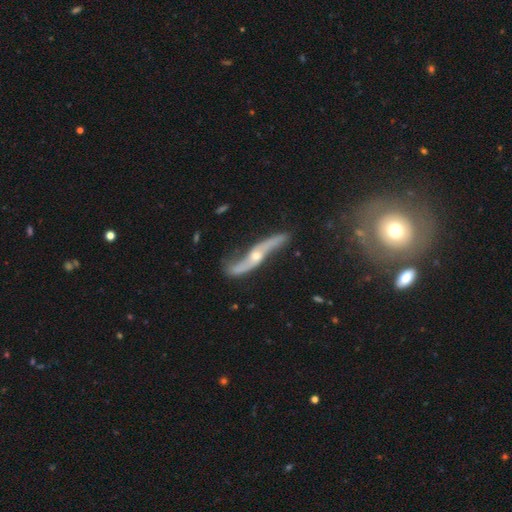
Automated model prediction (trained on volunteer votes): Overall: featured or disk (86%). Edge-on disk: no (62%; yes 38%). Bar: no (56%; weak 25%). Spiral arms: yes (93%). Spiral arm count: 2 (92%). Spiral winding: loose (86%). Bulge size: small (48%; moderate 46%). Merging: none (69%).